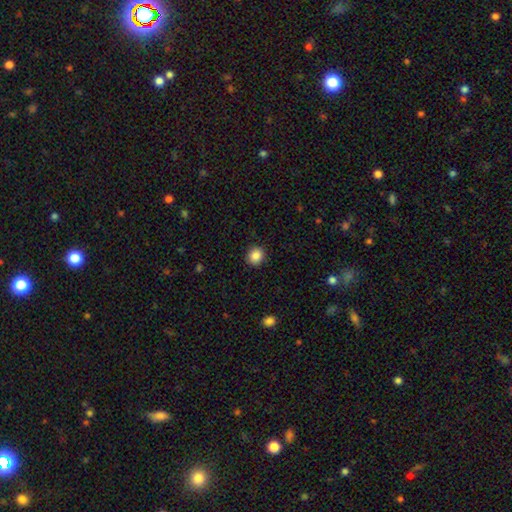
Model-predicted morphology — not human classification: This is clearly a smooth galaxy (87%). How rounded: clearly round (86%). Merging: clearly none (91%).